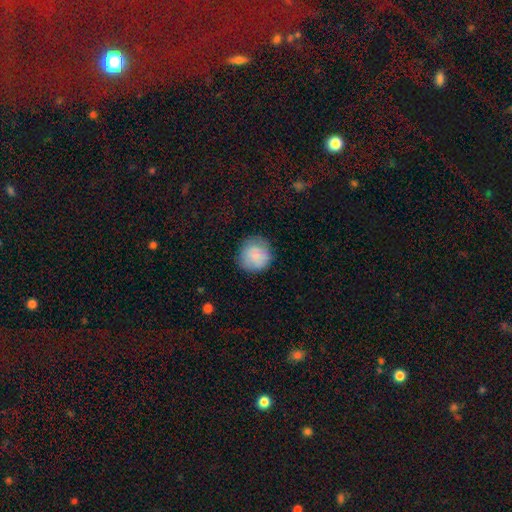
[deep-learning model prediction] Smooth or featured? smooth (81%)
How rounded? round (92%)
Merging? none (78%)